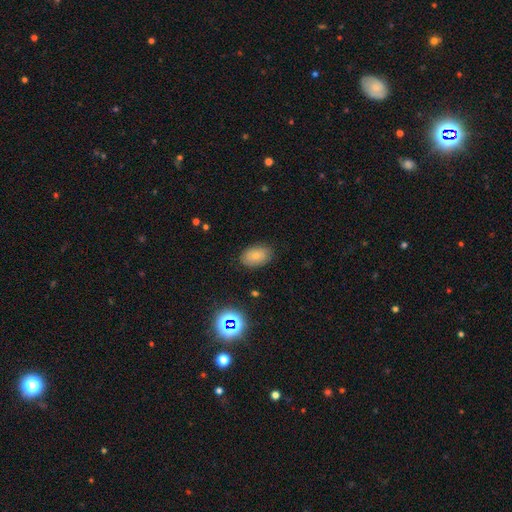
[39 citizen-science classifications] This appears to be a smooth galaxy with no disk features (59%) that is in between round and cigar-shaped (70%). Merging: none (86%).